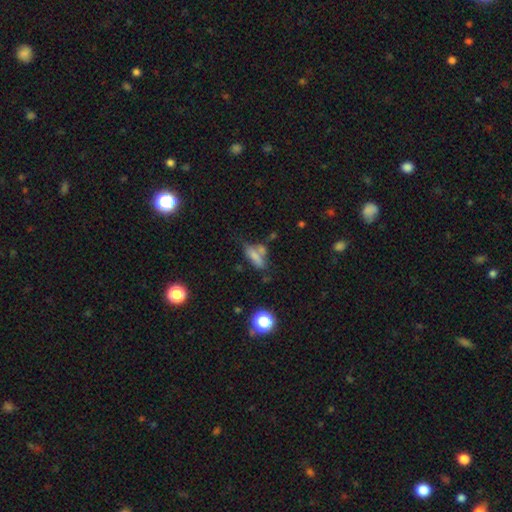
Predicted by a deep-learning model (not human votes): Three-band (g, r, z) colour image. It shows a smooth galaxy with no disk features (67%) that is in between round and cigar-shaped (59%). Merging: none (37%).